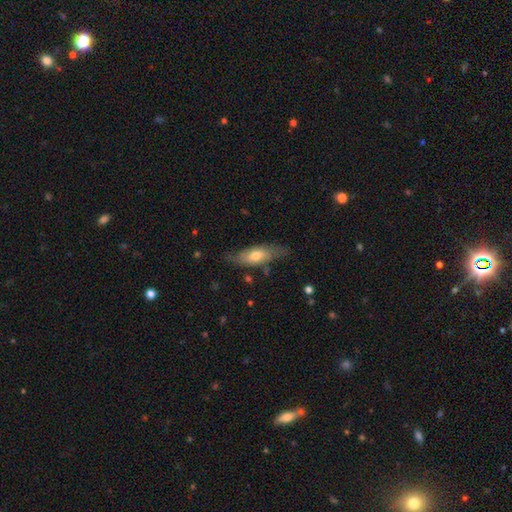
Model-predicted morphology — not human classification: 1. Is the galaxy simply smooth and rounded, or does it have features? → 55% smooth, 39% featured or disk, 6% star or artifact.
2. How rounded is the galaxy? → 67% in between, 30% cigar-shaped, 3% round.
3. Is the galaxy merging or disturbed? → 64% none, 26% minor disturbance, 8% major disturbance, 2% merger.